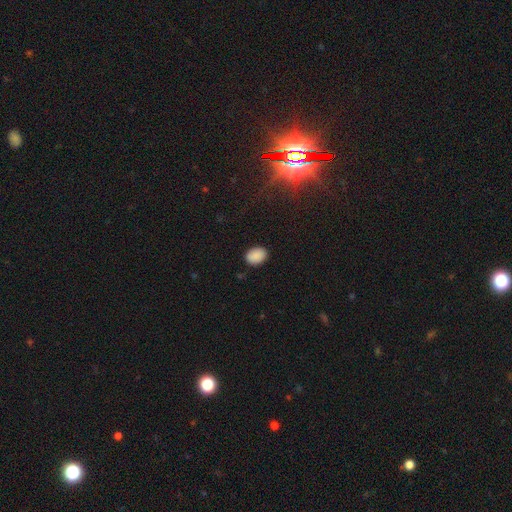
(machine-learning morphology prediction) This is clearly a smooth galaxy (89%). How rounded: likely in between (71%). Merging: clearly none (87%).